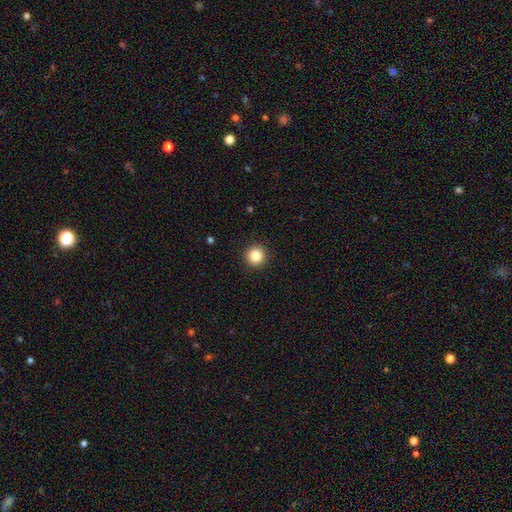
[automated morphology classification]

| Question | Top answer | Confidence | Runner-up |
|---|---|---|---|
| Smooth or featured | smooth | 84% | star or artifact (10%) |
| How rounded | round | 96% | in between (3%) |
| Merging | none | 93% | minor disturbance (5%) |